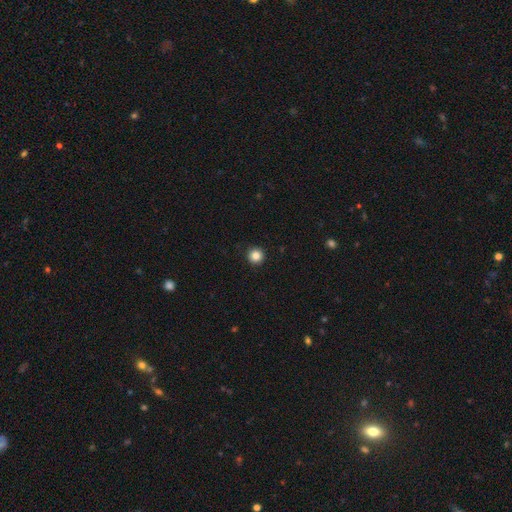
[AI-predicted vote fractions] Smooth or featured? Predicted: smooth (p=0.85). How rounded? Predicted: round (p=0.96). Merging? Predicted: none (p=0.93).